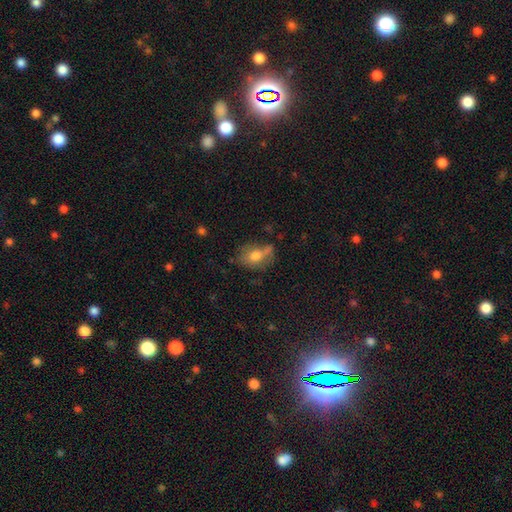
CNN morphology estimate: This appears to be a smooth galaxy with no disk features (58%) that is in between round and cigar-shaped (72%). Merging: none (45%).